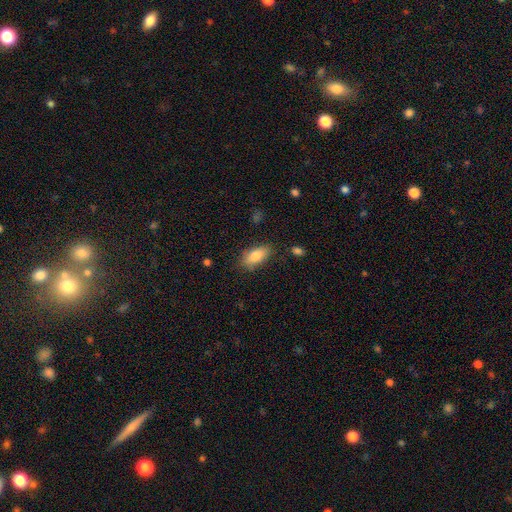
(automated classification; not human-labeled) Q: Smooth or featured?
A: smooth (85%); runner-up: featured or disk (9%)
Q: How rounded?
A: in between (89%); runner-up: cigar-shaped (8%)
Q: Merging?
A: none (78%); runner-up: minor disturbance (16%)